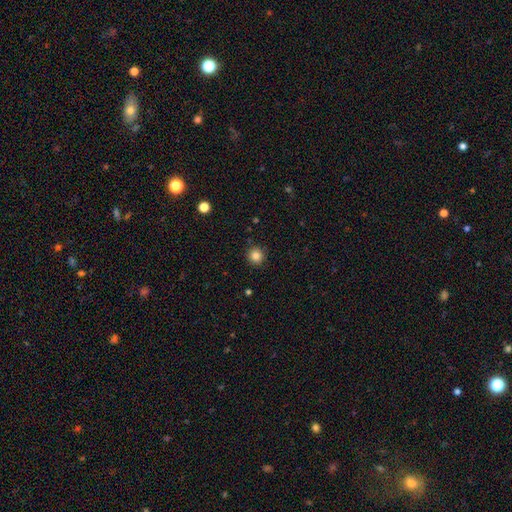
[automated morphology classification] The model was most divided on "smooth or featured": smooth: 84%, star or artifact: 11%, featured or disk: 4%. More confident: how rounded — round (95%); merging — none (91%).